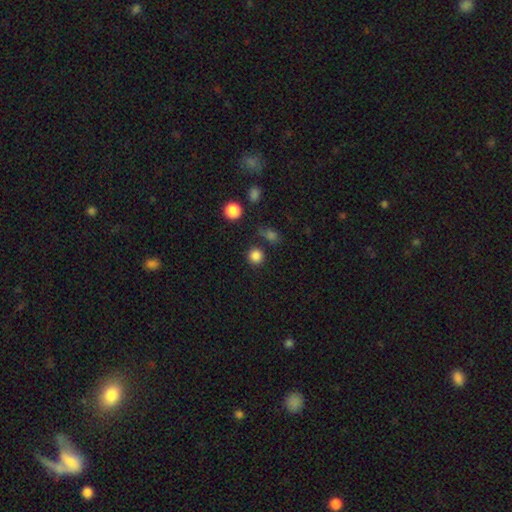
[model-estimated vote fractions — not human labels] smooth_or_featured: smooth (p=0.83) [alt: star or artifact p=0.13]
how_rounded: round (p=0.93) [alt: in between p=0.06]
merging: none (p=0.84) [alt: minor disturbance p=0.08]